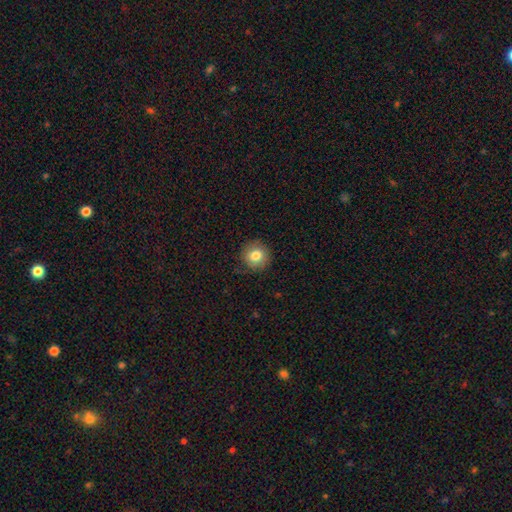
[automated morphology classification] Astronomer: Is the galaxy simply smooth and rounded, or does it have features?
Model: smooth — 81%.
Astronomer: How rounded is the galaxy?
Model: round — 93%.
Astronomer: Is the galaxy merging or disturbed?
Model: none — 86%.